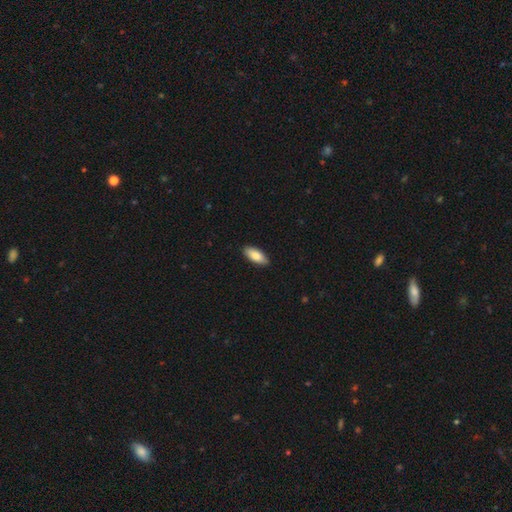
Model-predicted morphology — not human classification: type=smooth (84%); roundness=in between (84%); merging=none (89%).